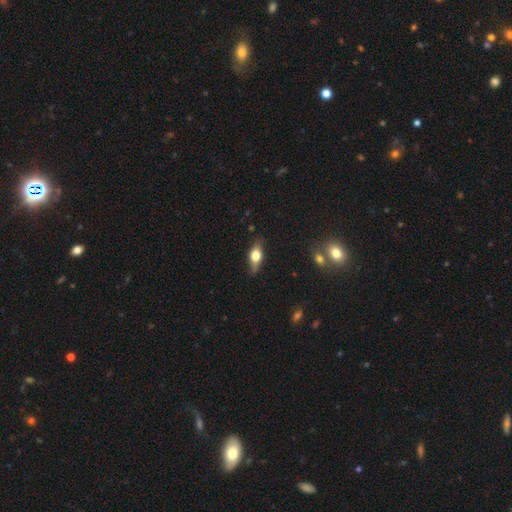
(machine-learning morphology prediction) Smooth or featured?
  - smooth: 54% *
  - featured or disk: 38%
  - star or artifact: 8%
How rounded?
  - in between: 70% *
  - cigar-shaped: 23%
  - round: 8%
Merging?
  - none: 77% *
  - minor disturbance: 17%
  - major disturbance: 4%
  - merger: 2%